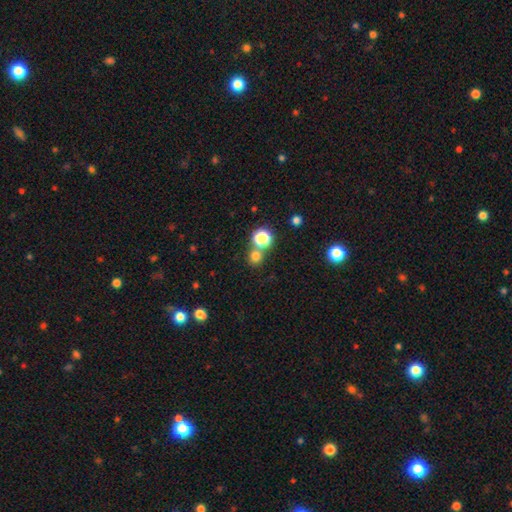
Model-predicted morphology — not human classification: A smooth galaxy with no disk features (72%) that is round (89%).

Vote fractions:
- Smooth or featured? smooth: 72% / star or artifact: 21% / featured or disk: 6%
- How rounded? round: 89% / in between: 10% / cigar-shaped: 1%
- Merging? none: 68% / merger: 22% / minor disturbance: 7% / major disturbance: 3%